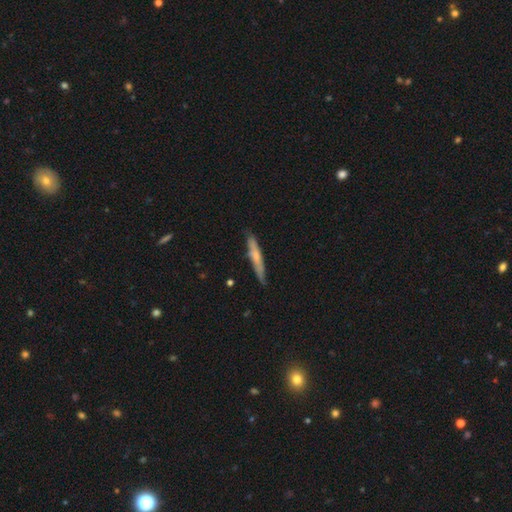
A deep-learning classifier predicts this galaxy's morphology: Smooth or featured: smooth — 55% (featured or disk — 40%)
How rounded: cigar-shaped — 93% (in between — 5%)
Merging: none — 80% (minor disturbance — 16%)